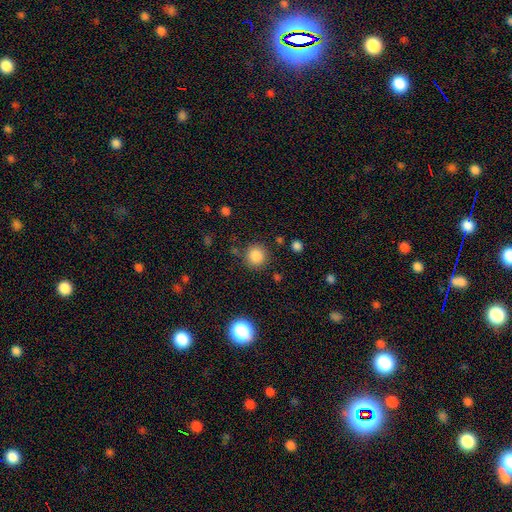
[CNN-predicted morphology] smooth_or_featured: smooth (p=0.84) [alt: star or artifact p=0.11]
how_rounded: round (p=0.93) [alt: in between p=0.06]
merging: none (p=0.85) [alt: minor disturbance p=0.08]